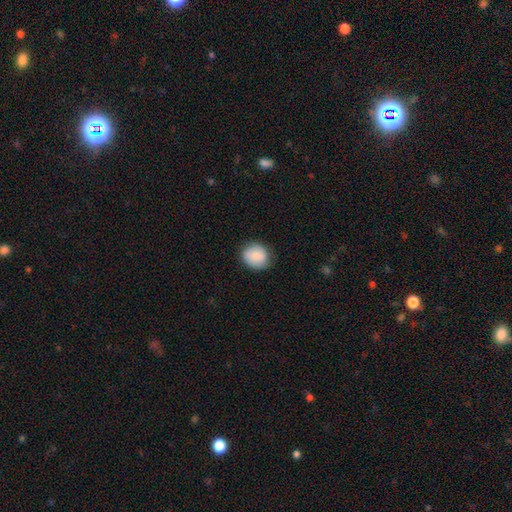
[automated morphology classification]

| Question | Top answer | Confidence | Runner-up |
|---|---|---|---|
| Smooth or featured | smooth | 84% | featured or disk (9%) |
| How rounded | round | 75% | in between (24%) |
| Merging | none | 82% | minor disturbance (14%) |